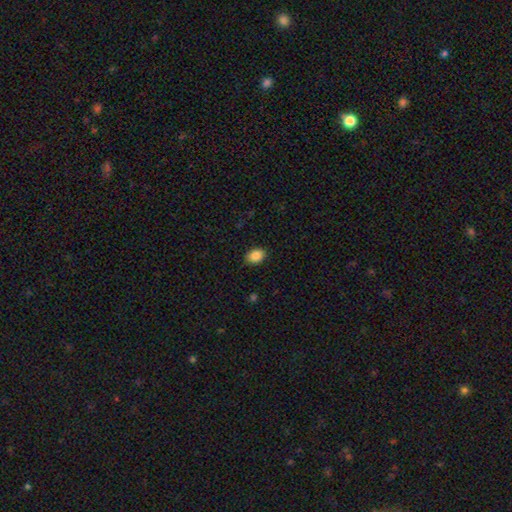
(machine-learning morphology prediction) Q: Smooth or featured?
A: smooth (88%); runner-up: star or artifact (8%)
Q: How rounded?
A: in between (75%); runner-up: round (24%)
Q: Merging?
A: none (88%); runner-up: minor disturbance (9%)